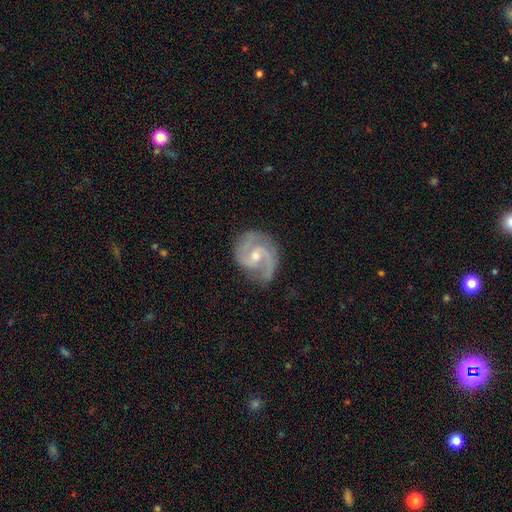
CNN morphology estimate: smooth-or-featured: featured or disk: 91% | star or artifact: 5% | smooth: 4%
  disk-edge-on: no: 98% | yes: 2%
    bar: weak: 48% | no: 42% | strong: 10%
    has-spiral-arms: yes: 98% | no: 2%
      spiral-winding: medium: 57% | tight: 29% | loose: 14%
      spiral-arm-count: 2: 85% | 3: 7% | can't tell: 3% | 1: 2% | 4: 2% | more than 4: 1%
    bulge-size: moderate: 52% | small: 44% | none: 2% | large: 1% | dominant: 1%
  merging: none: 75% | minor disturbance: 18% | major disturbance: 5% | merger: 1%